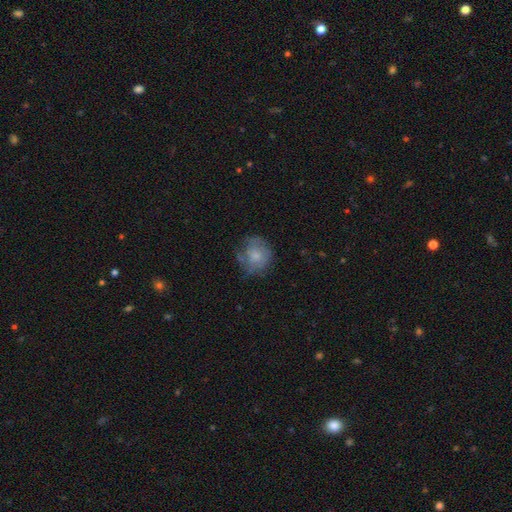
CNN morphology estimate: Smooth or featured? smooth (66%)
How rounded? round (78%)
Merging? none (60%)